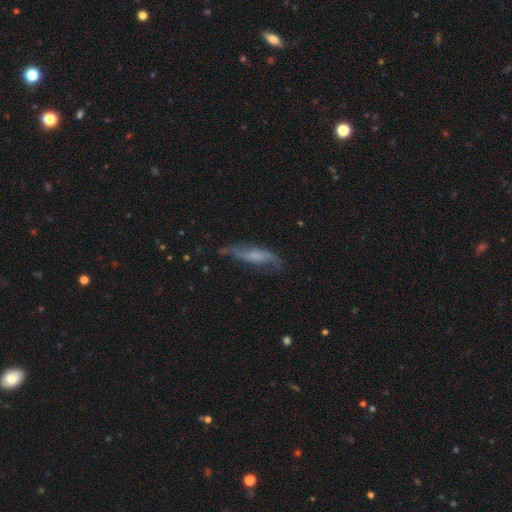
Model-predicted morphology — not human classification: This appears to be a featured or disk galaxy (67%) with no bar (51%), spiral arms (89%) and a small central bulge (43%). Merging: none (63%).